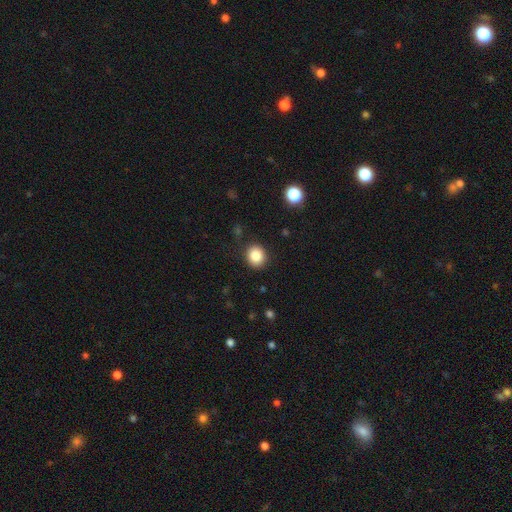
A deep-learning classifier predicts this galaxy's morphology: Overall: smooth (85%). How rounded: round (77%). Merging: none (89%).